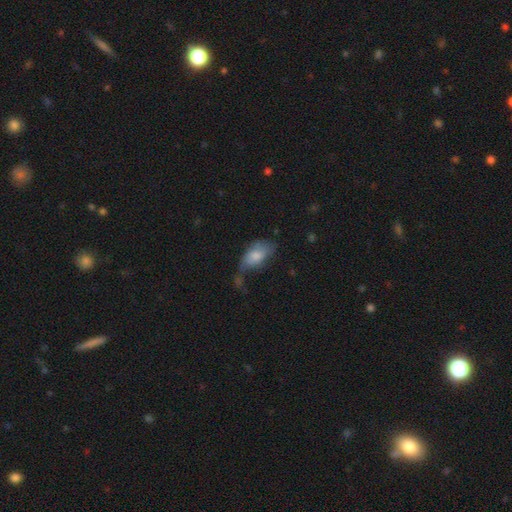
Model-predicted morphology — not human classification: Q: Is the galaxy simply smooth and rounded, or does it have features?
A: smooth — 70%.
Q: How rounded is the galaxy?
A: in between — 92%.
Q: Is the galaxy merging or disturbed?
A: minor disturbance — 32%, tied with none.